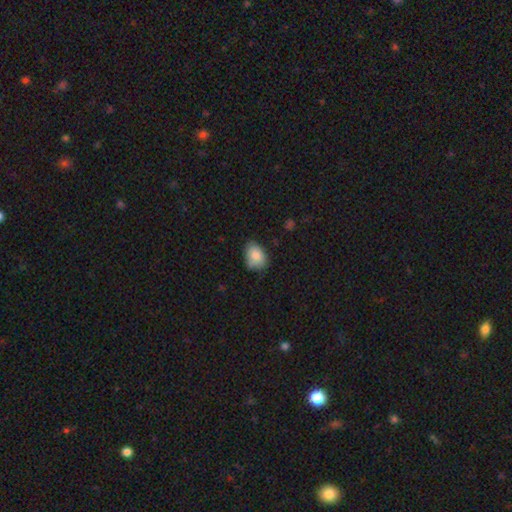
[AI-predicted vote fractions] smooth-or-featured: smooth: 85% | featured or disk: 8% | star or artifact: 8%
  how-rounded: in between: 73% | round: 26% | cigar-shaped: 1%
  merging: none: 66% | minor disturbance: 27% | major disturbance: 4% | merger: 2%